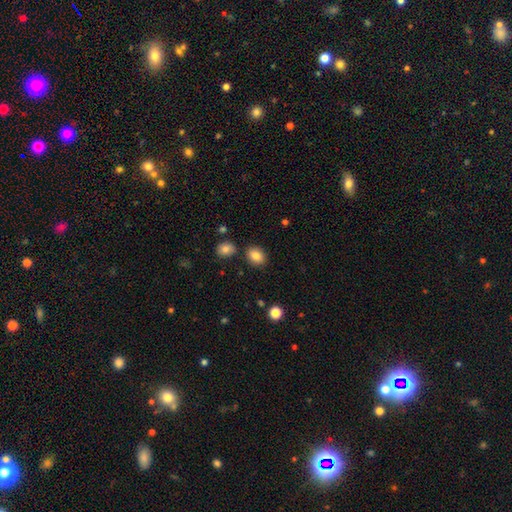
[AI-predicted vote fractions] Smooth or featured?
  - smooth: 83% *
  - star or artifact: 9%
  - featured or disk: 7%
How rounded?
  - in between: 52% *
  - round: 47%
  - cigar-shaped: 1%
Merging?
  - none: 83% *
  - minor disturbance: 9%
  - merger: 5%
  - major disturbance: 2%